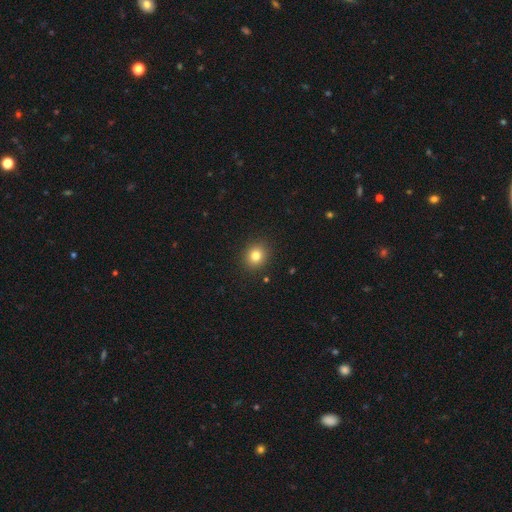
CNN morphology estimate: A smooth galaxy with no disk features (81%) that is round (77%).

Vote fractions:
- Smooth or featured? smooth: 81% / star or artifact: 12% / featured or disk: 7%
- How rounded? round: 77% / in between: 22% / cigar-shaped: 1%
- Merging? none: 90% / minor disturbance: 7% / major disturbance: 2% / merger: 1%